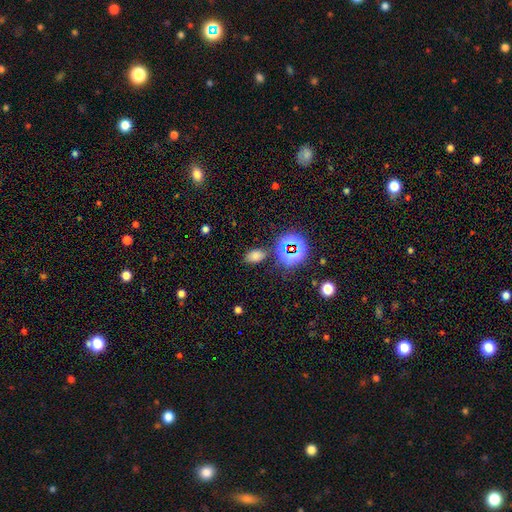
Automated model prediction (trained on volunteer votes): smooth_or_featured: smooth (p=0.66) [alt: star or artifact p=0.27]
how_rounded: in between (p=0.87) [alt: round p=0.11]
merging: none (p=0.79) [alt: minor disturbance p=0.12]